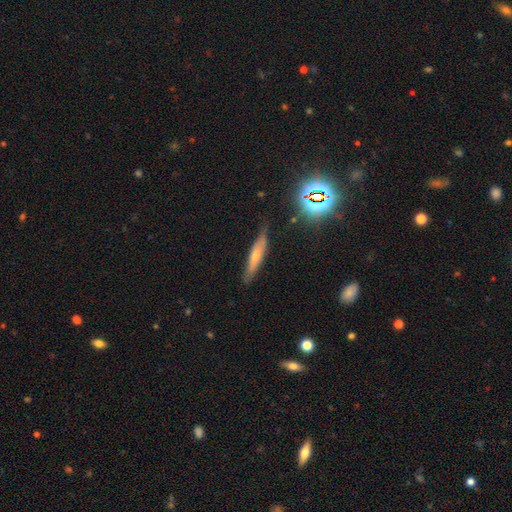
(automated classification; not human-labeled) A featured or disk galaxy (45%). Merging: none (79%).